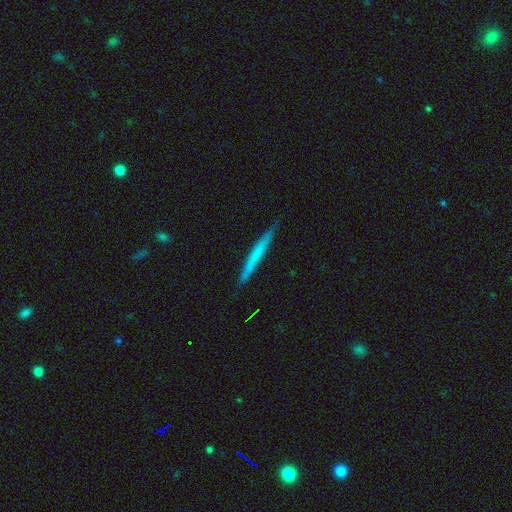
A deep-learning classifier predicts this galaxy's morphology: smooth_or_featured: smooth (p=0.54) [alt: featured or disk p=0.40]
how_rounded: cigar-shaped (p=0.97) [alt: in between p=0.02]
merging: none (p=0.88) [alt: minor disturbance p=0.09]